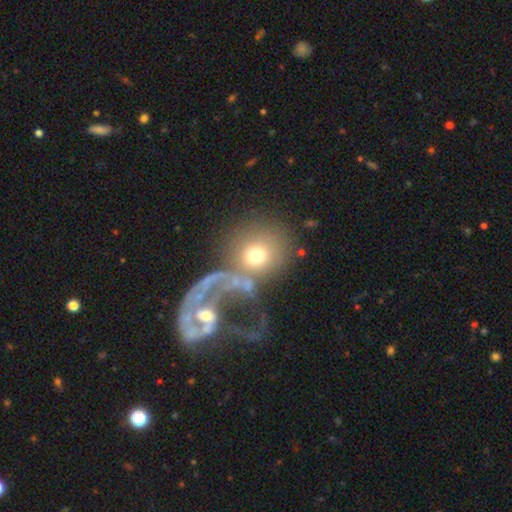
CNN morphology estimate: Smooth or featured: smooth — 60% (featured or disk — 27%)
How rounded: round — 75% (in between — 23%)
Merging: merger — 35% (none — 33%)